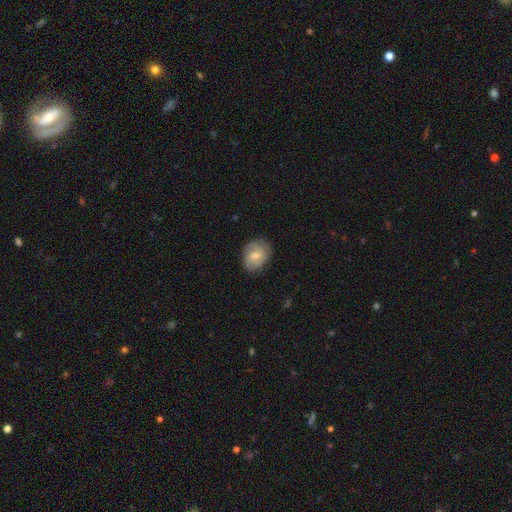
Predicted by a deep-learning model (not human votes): This appears to be a featured or disk galaxy (51%). Merging: none (79%).